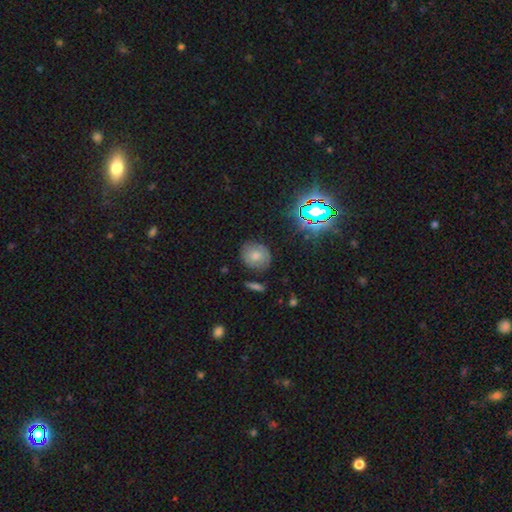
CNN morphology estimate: smooth-or-featured: smooth: 69% | featured or disk: 16% | star or artifact: 15%
  how-rounded: round: 77% | in between: 22% | cigar-shaped: 1%
  merging: none: 78% | minor disturbance: 15% | major disturbance: 4% | merger: 3%